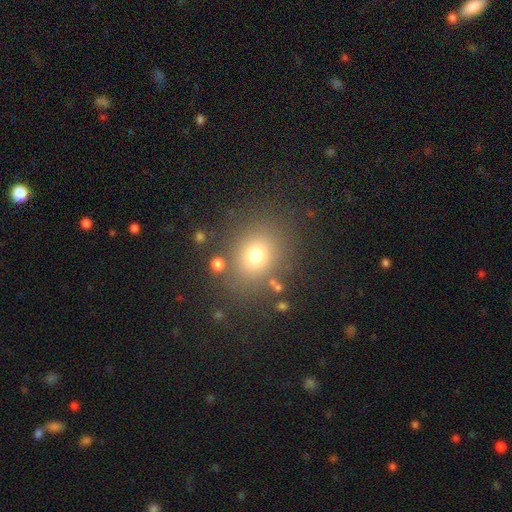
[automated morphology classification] This is likely a smooth galaxy (72%). How rounded: likely round (61%). Merging: clearly none (80%).